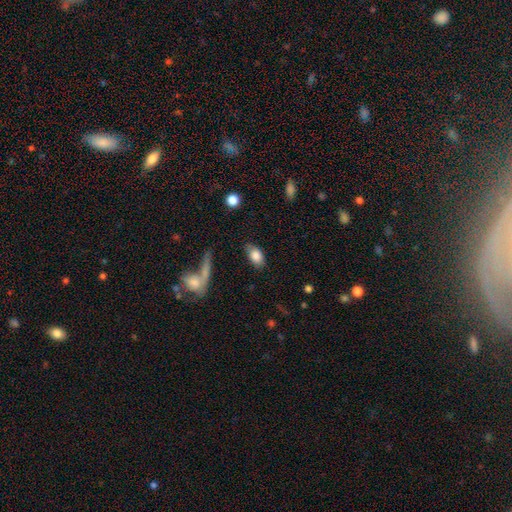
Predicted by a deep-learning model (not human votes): This is clearly a smooth galaxy (83%). How rounded: clearly in between (89%). Merging: likely none (76%).